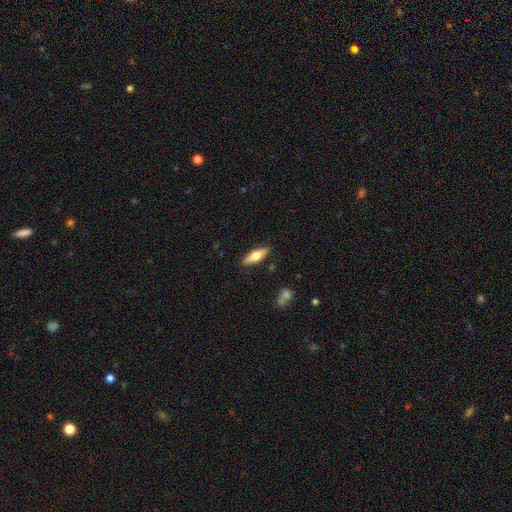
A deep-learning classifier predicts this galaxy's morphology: smooth_or_featured: smooth (p=0.55) [alt: featured or disk p=0.39]
how_rounded: in between (p=0.57) [alt: cigar-shaped p=0.41]
merging: none (p=0.88) [alt: minor disturbance p=0.09]